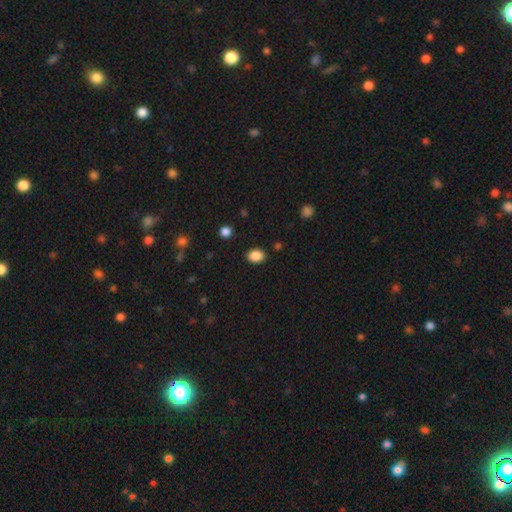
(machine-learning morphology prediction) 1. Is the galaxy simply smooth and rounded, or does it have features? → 88% smooth, 9% star or artifact, 3% featured or disk.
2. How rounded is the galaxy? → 64% in between, 35% round, 1% cigar-shaped.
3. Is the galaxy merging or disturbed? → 88% none, 8% minor disturbance, 3% major disturbance, 2% merger.